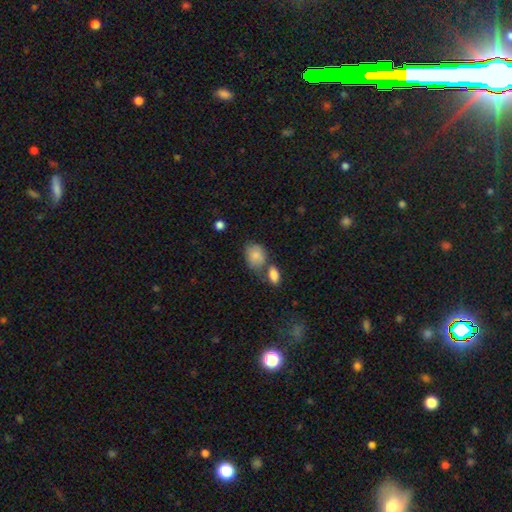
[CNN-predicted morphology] Smooth or featured? Predicted: smooth (p=0.84). How rounded? Predicted: in between (p=0.68). Merging? Predicted: none (p=0.44).